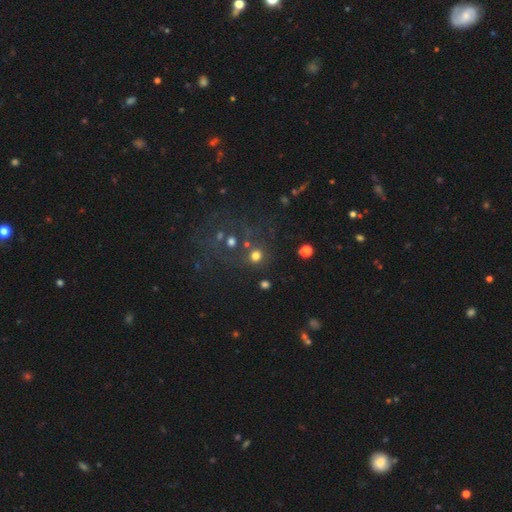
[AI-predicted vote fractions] Q: Smooth or featured?
A: smooth (70%); runner-up: star or artifact (21%)
Q: How rounded?
A: round (88%); runner-up: in between (11%)
Q: Merging?
A: none (71%); runner-up: merger (13%)